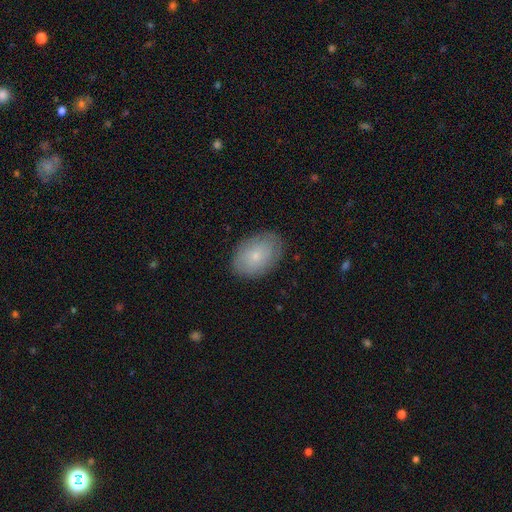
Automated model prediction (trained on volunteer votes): smooth 68%, featured or disk 24%, star or artifact 7%. Down the decision tree: how rounded — in between (83%); merging — none (83%).